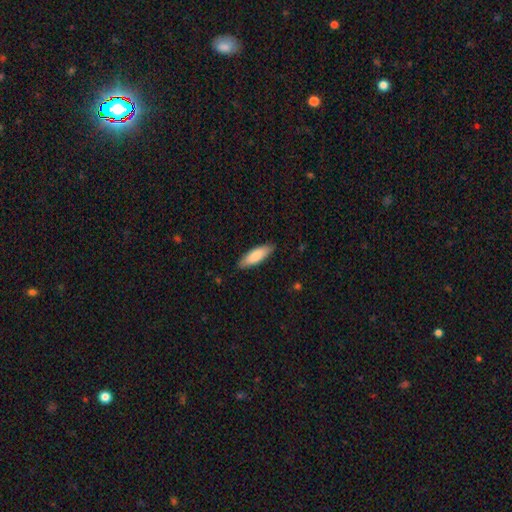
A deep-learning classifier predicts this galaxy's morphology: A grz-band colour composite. It shows a smooth galaxy with no disk features (84%) that is in between round and cigar-shaped (56%). Merging: none (87%).